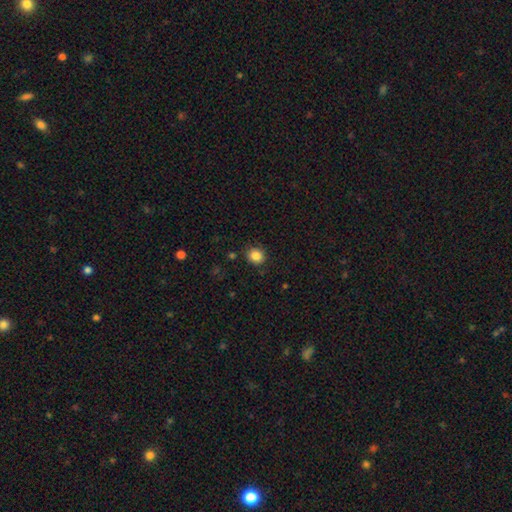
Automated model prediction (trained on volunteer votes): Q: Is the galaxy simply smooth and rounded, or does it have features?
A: smooth — 86%.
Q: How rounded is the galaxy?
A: round — 76%.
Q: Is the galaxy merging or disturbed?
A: none — 85%.